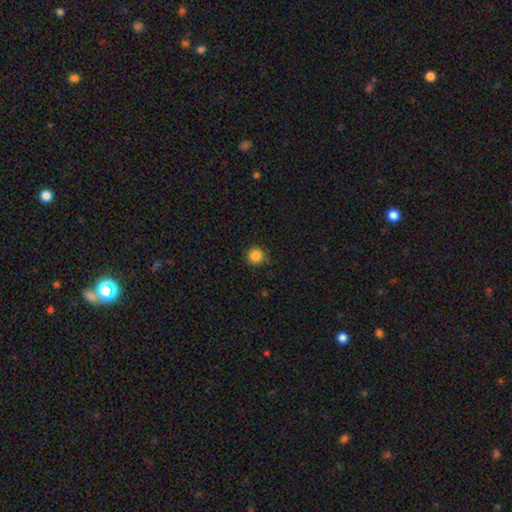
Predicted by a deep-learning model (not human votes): This is clearly a smooth galaxy (86%). How rounded: clearly round (94%). Merging: clearly none (88%).